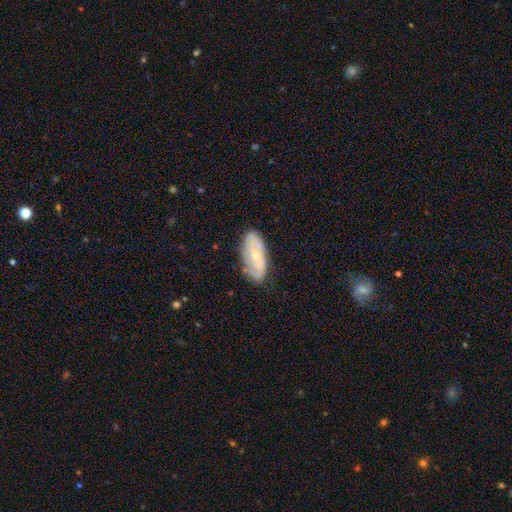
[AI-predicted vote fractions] Smooth or featured: featured or disk — 61% (smooth — 32%)
Edge-on disk: no — 91% (yes — 9%)
Bar: no — 71% (weak — 23%)
Spiral arms: yes — 70% (no — 30%)
Bulge size: small — 59% (moderate — 37%)
Merging: none — 72% (minor disturbance — 21%)